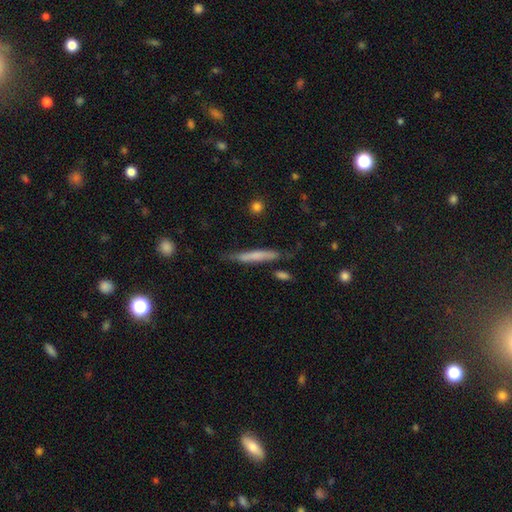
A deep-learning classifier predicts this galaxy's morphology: A smooth galaxy with no disk features (58%) that is cigar-shaped (93%). Merging: none (72%).